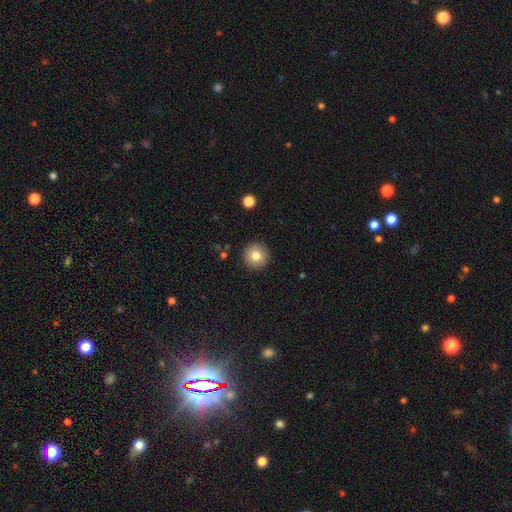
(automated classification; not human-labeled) Q: Smooth or featured?
A: smooth (80%); runner-up: featured or disk (10%)
Q: How rounded?
A: round (95%); runner-up: in between (4%)
Q: Merging?
A: none (92%); runner-up: minor disturbance (5%)